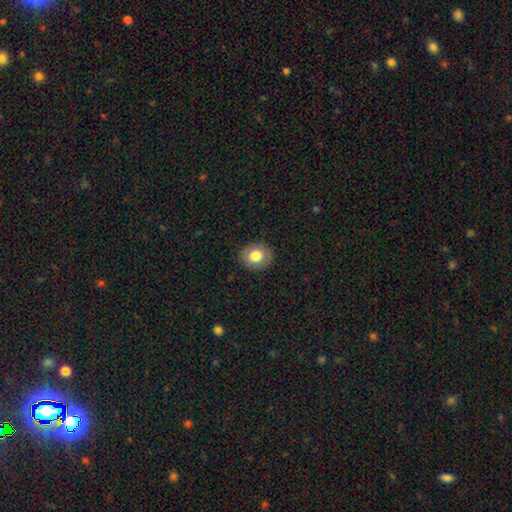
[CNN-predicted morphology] Smooth or featured: smooth — 77% (featured or disk — 14%)
How rounded: round — 68% (in between — 31%)
Merging: none — 88% (minor disturbance — 9%)